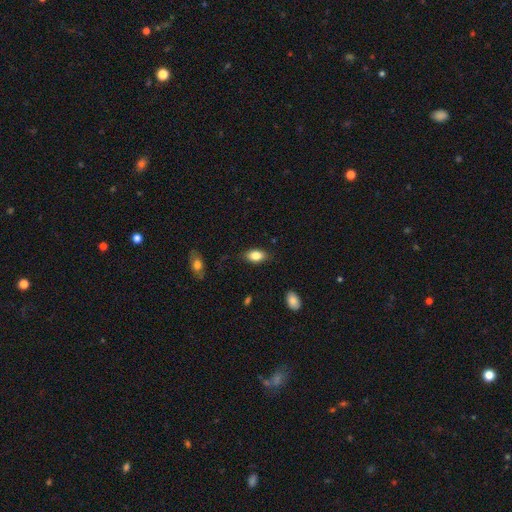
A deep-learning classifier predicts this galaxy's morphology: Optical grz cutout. It shows a smooth galaxy with no disk features (84%) that is in between round and cigar-shaped (90%). Merging: none (83%).